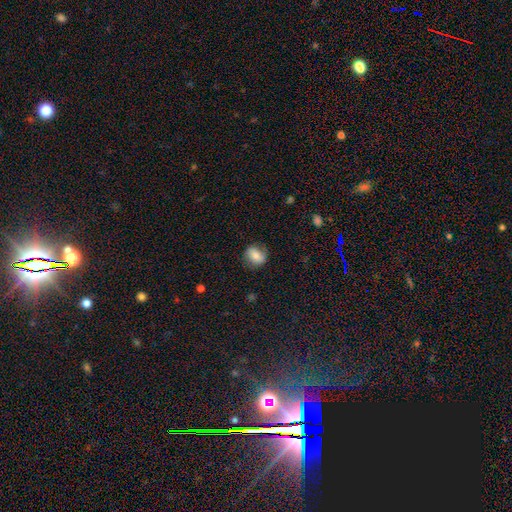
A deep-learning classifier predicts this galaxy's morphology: A smooth galaxy with no disk features (74%) that is round (54%).

Vote fractions:
- Smooth or featured? smooth: 74% / featured or disk: 17% / star or artifact: 8%
- How rounded? round: 54% / in between: 45% / cigar-shaped: 1%
- Merging? none: 78% / minor disturbance: 16% / major disturbance: 5% / merger: 1%